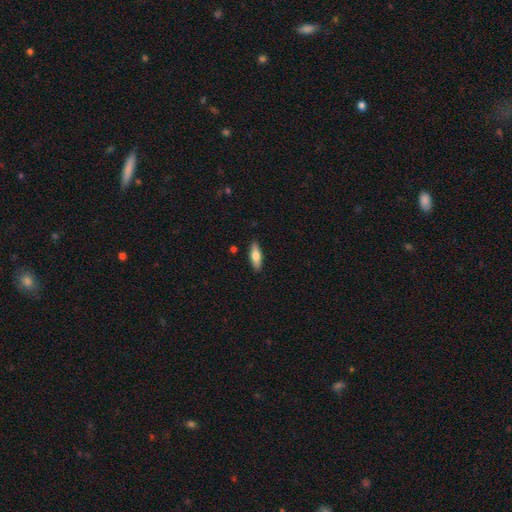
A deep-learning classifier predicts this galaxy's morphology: Smooth or featured?
  - smooth: 70% *
  - featured or disk: 24%
  - star or artifact: 6%
How rounded?
  - in between: 55% *
  - cigar-shaped: 43%
  - round: 2%
Merging?
  - none: 88% *
  - minor disturbance: 9%
  - major disturbance: 2%
  - merger: 1%